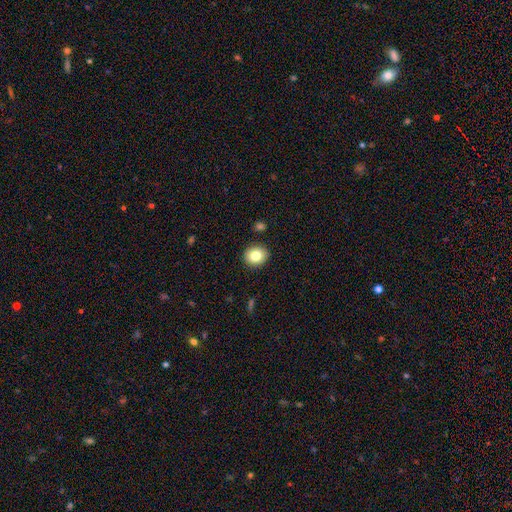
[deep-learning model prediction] Smooth or featured? smooth (81%)
How rounded? round (75%)
Merging? none (90%)